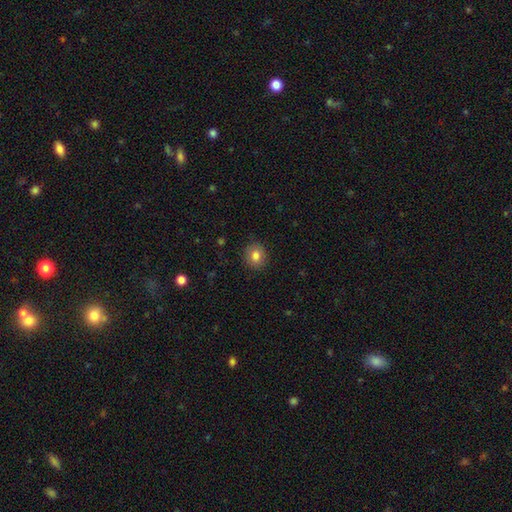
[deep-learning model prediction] Q: Smooth or featured?
A: smooth (82%); runner-up: star or artifact (9%)
Q: How rounded?
A: round (77%); runner-up: in between (23%)
Q: Merging?
A: none (89%); runner-up: minor disturbance (8%)